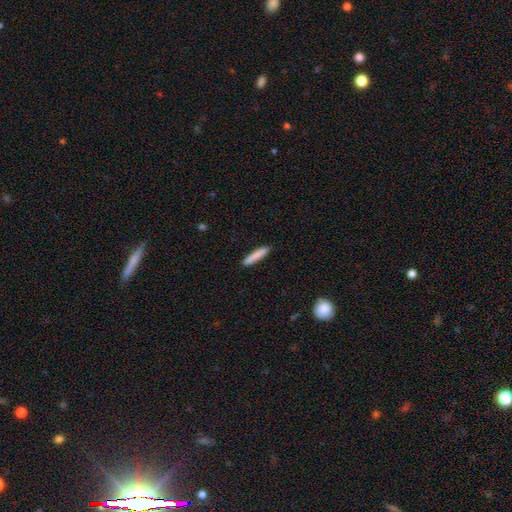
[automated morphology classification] The model was most divided on "smooth or featured": smooth: 84%, featured or disk: 10%, star or artifact: 6%. More confident: how rounded — cigar-shaped (91%); merging — none (89%).